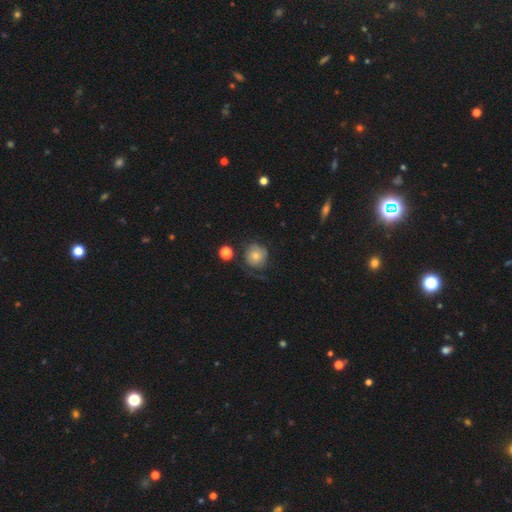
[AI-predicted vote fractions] This appears to be a smooth galaxy with no disk features (62%) that is round (88%). Merging: none (54%).